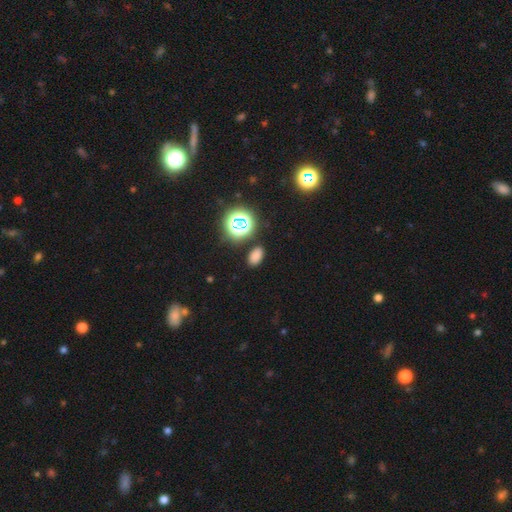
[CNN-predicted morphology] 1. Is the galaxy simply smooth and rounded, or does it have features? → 71% smooth, 23% star or artifact, 5% featured or disk.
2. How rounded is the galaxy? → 87% in between, 11% round, 2% cigar-shaped.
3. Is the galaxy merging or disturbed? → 85% none, 9% minor disturbance, 3% major disturbance, 3% merger.